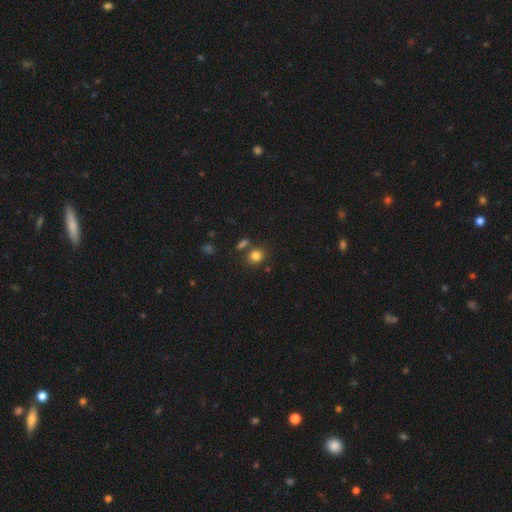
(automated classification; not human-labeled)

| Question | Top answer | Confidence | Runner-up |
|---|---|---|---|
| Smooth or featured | smooth | 81% | star or artifact (13%) |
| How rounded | round | 72% | in between (27%) |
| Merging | none | 72% | merger (13%) |